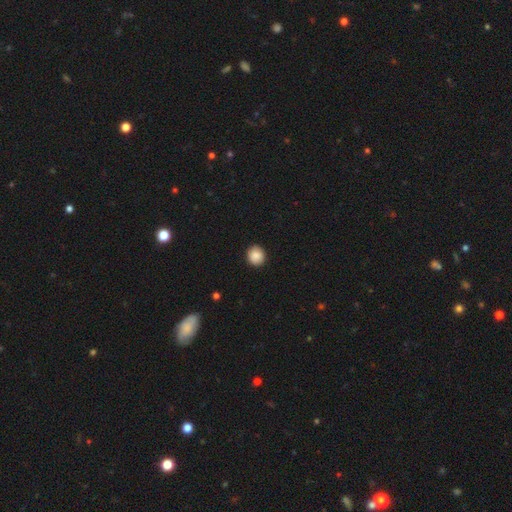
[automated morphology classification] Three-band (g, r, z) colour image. It shows a smooth galaxy with no disk features (88%) that is round (86%). Merging: none (91%).